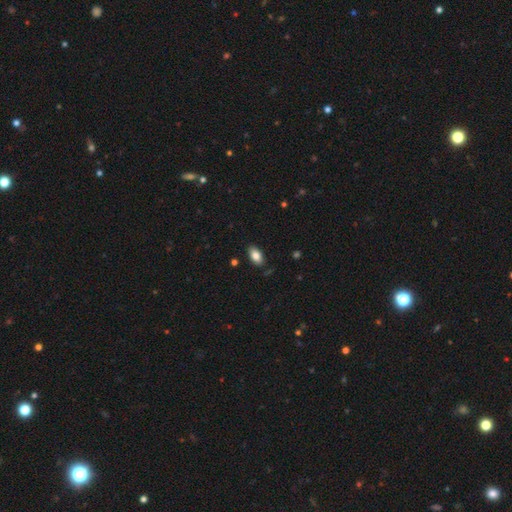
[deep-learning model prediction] Overall: smooth (83%). How rounded: in between (93%). Merging: none (85%).